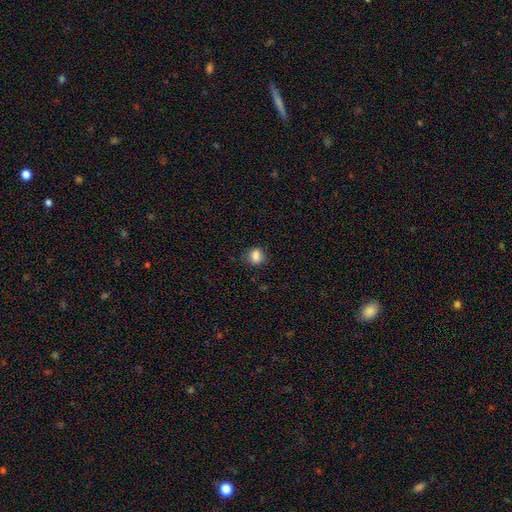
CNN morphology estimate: A smooth galaxy with no disk features (84%) that is round (56%).

Vote fractions:
- Smooth or featured? smooth: 84% / star or artifact: 10% / featured or disk: 5%
- How rounded? round: 56% / in between: 42% / cigar-shaped: 1%
- Merging? none: 80% / minor disturbance: 15% / major disturbance: 4% / merger: 1%